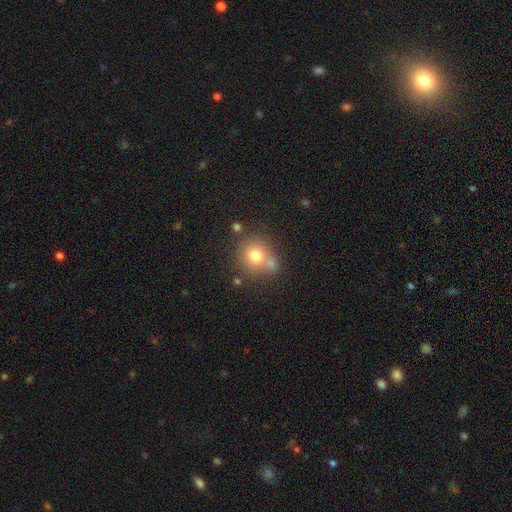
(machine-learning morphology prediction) Q: Smooth or featured?
A: smooth (74%); runner-up: star or artifact (13%)
Q: How rounded?
A: round (85%); runner-up: in between (14%)
Q: Merging?
A: none (58%); runner-up: merger (26%)